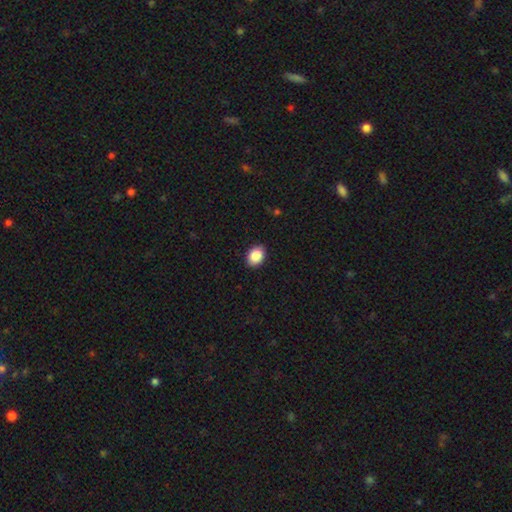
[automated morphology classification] The model was most divided on "how rounded": in between: 68%, round: 31%, cigar-shaped: 1%. More confident: smooth or featured — smooth (89%); merging — none (89%).